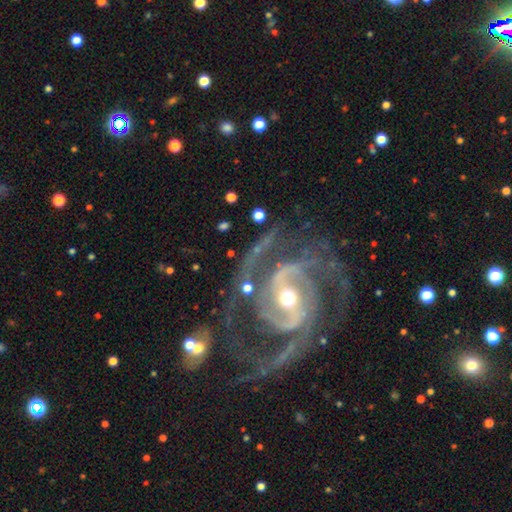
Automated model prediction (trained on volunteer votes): featured or disk 93%, star or artifact 5%, smooth 2%. Down the decision tree: edge-on disk — no (98%); bar — weak (36%); spiral arms — yes (98%); spiral arm count — 2 (63%); spiral winding — medium (53%); bulge size — moderate (55%); merging — none (64%).